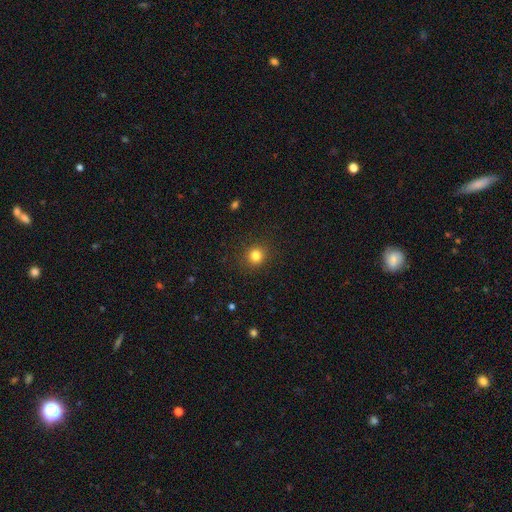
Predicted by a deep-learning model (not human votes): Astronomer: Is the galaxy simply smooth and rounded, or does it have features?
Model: smooth — 82%.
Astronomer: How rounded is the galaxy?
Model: round — 88%.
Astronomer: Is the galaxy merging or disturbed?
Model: none — 89%.